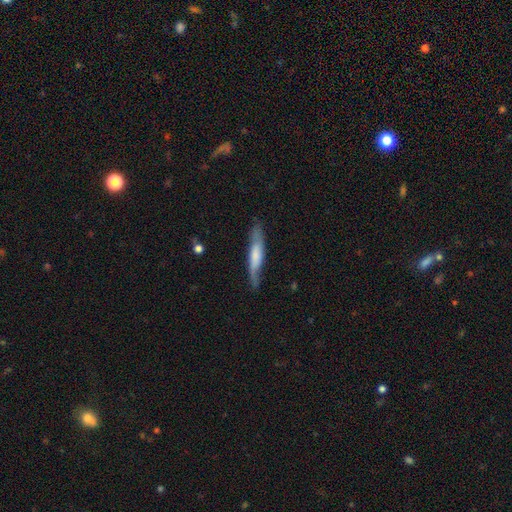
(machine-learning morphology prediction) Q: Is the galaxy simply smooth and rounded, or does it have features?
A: smooth — 51%.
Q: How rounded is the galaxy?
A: cigar-shaped — 85%.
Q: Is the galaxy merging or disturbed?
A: none — 71%.